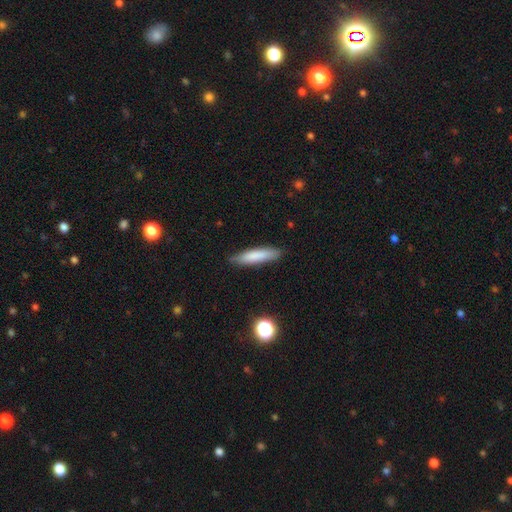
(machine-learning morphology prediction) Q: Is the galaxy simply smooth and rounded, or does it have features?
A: smooth — 80%.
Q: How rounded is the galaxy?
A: cigar-shaped — 80%.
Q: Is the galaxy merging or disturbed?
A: none — 85%.